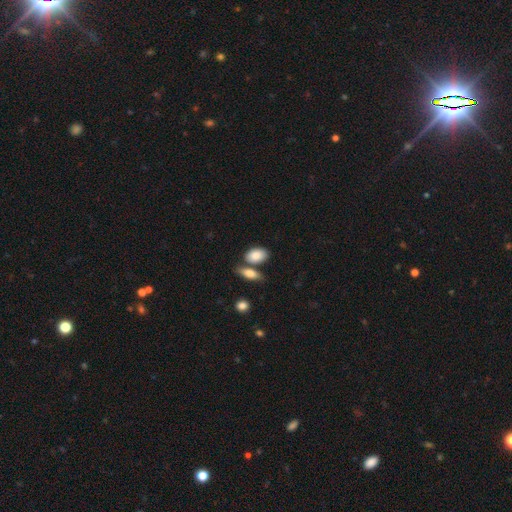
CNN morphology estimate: Overall: smooth (85%). How rounded: in between (90%). Merging: none (58%; merger 25%).